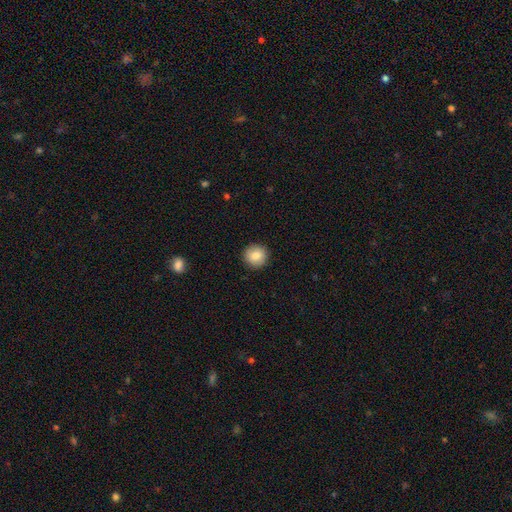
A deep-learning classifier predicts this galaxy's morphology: A smooth galaxy with no disk features (85%) that is round (93%). Merging: none (91%).